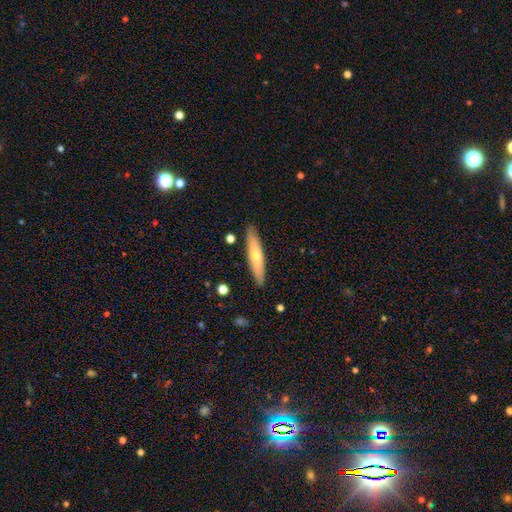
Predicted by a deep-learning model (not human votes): smooth-or-featured: smooth: 56% | featured or disk: 38% | star or artifact: 6%
  how-rounded: cigar-shaped: 83% | in between: 15% | round: 2%
  merging: none: 89% | minor disturbance: 8% | major disturbance: 2% | merger: 1%